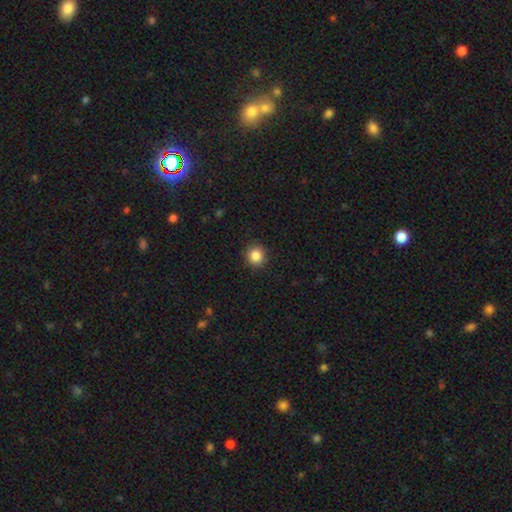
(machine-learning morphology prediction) Overall: smooth (86%). How rounded: round (92%). Merging: none (91%).